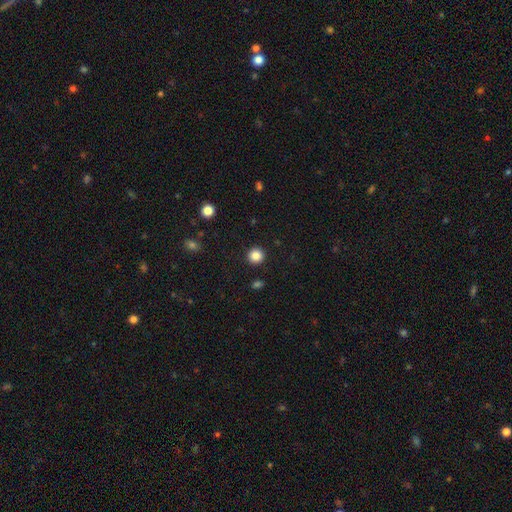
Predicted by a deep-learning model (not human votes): Overall: smooth (86%). How rounded: round (94%). Merging: none (92%).